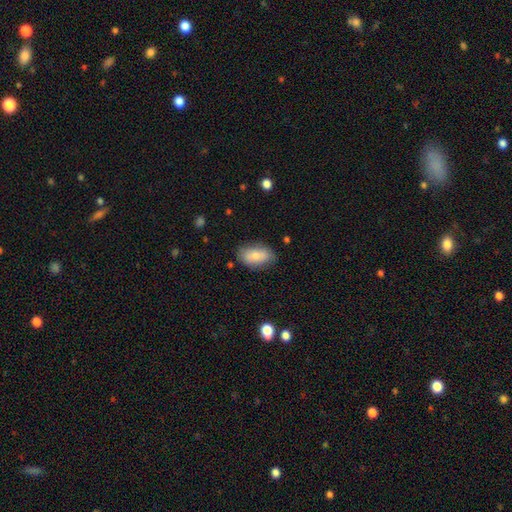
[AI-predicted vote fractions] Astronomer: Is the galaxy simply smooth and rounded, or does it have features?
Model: smooth — 76%.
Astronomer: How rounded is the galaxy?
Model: in between — 92%.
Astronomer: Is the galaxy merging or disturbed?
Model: none — 78%.